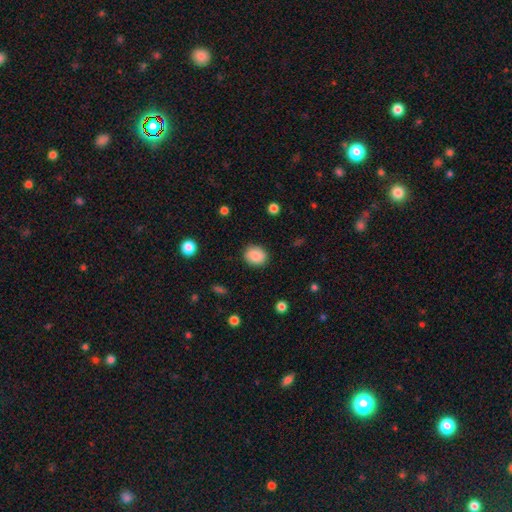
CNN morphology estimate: type=smooth (88%); roundness=round (67%); merging=none (88%).